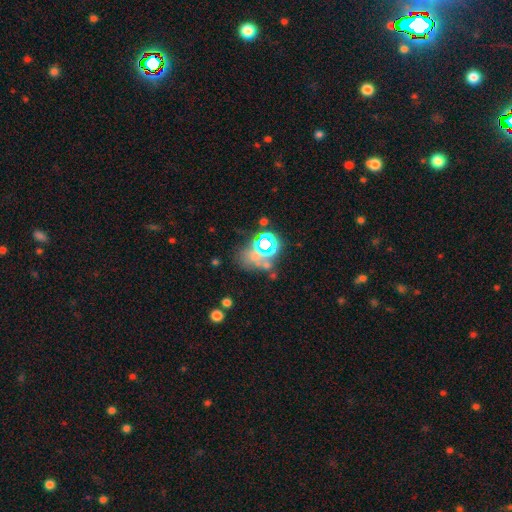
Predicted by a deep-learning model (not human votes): Q: Smooth or featured?
A: star or artifact (55%); runner-up: smooth (26%)